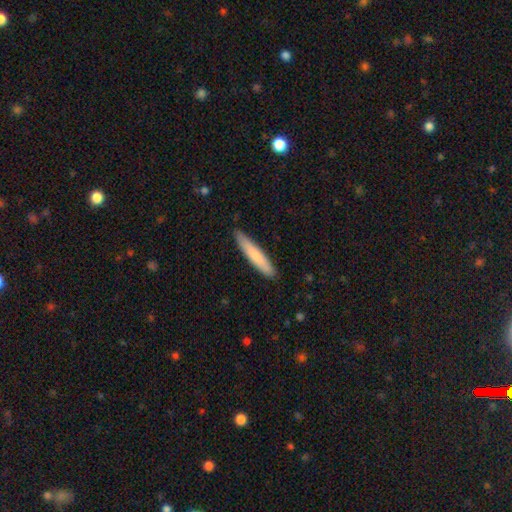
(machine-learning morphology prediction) Smooth or featured? smooth (77%)
How rounded? cigar-shaped (91%)
Merging? none (89%)